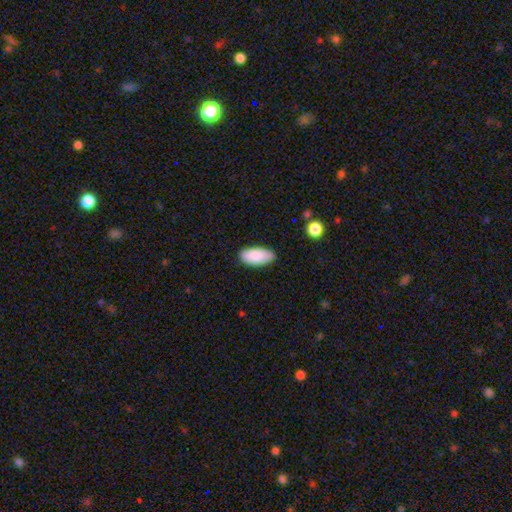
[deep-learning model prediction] A smooth galaxy with no disk features (89%) that is in between round and cigar-shaped (93%). Merging: none (84%).